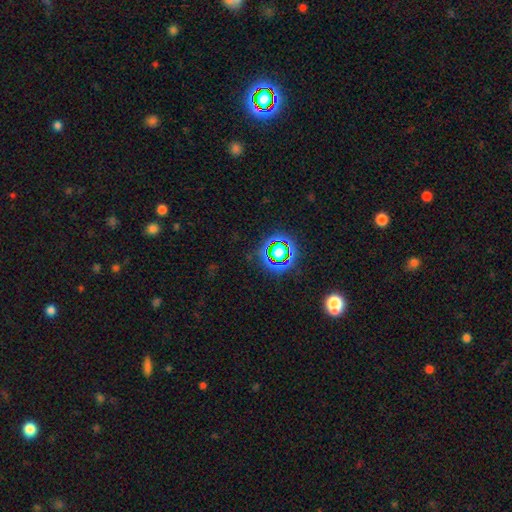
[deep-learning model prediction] smooth-or-featured: star or artifact: 74% | smooth: 17% | featured or disk: 9%